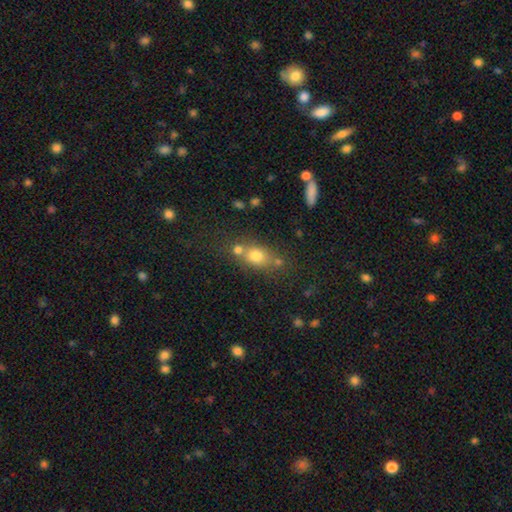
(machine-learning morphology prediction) Smooth or featured? Predicted: smooth (p=0.72). How rounded? Predicted: in between (p=0.53). Merging? Predicted: none (p=0.50).